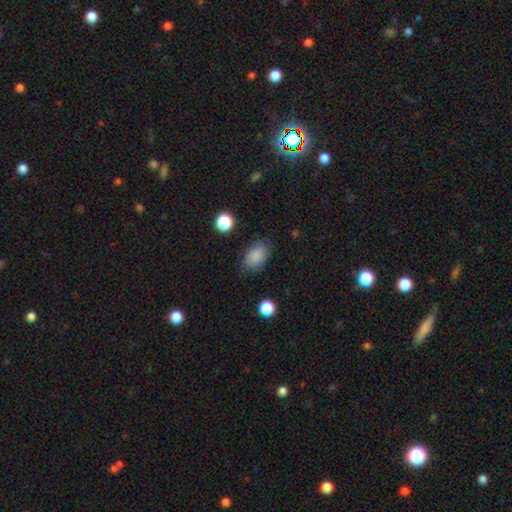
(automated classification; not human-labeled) A smooth galaxy with no disk features (86%) that is in between round and cigar-shaped (86%).

Vote fractions:
- Smooth or featured? smooth: 86% / star or artifact: 9% / featured or disk: 5%
- How rounded? in between: 86% / round: 13% / cigar-shaped: 1%
- Merging? none: 80% / minor disturbance: 15% / major disturbance: 4% / merger: 1%